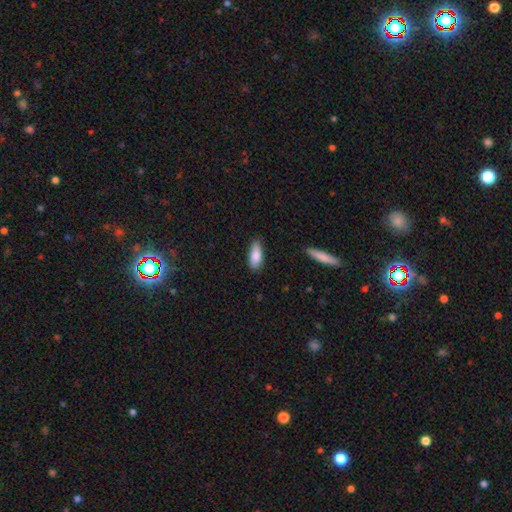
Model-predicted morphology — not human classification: Smooth or featured: smooth — 85% (featured or disk — 9%)
How rounded: in between — 75% (cigar-shaped — 23%)
Merging: none — 76% (minor disturbance — 19%)